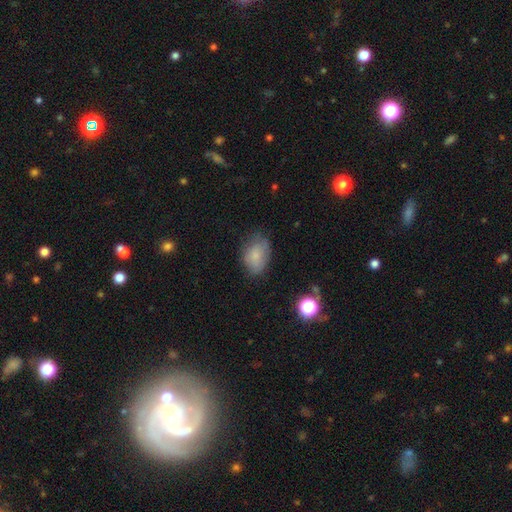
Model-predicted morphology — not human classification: type=smooth (78%); roundness=in between (81%); merging=none (64%).